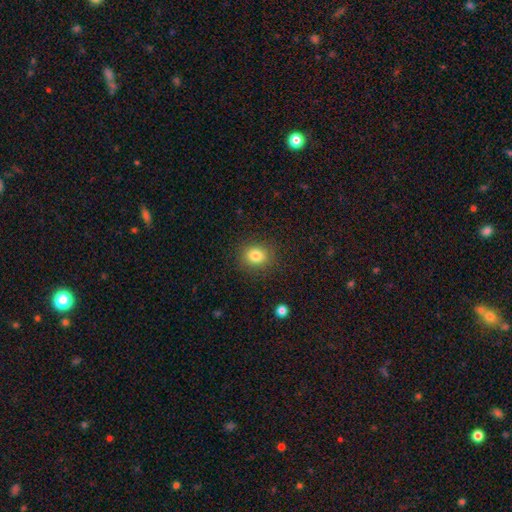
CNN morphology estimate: This is clearly a smooth galaxy (82%). How rounded: likely round (68%). Merging: clearly none (87%).